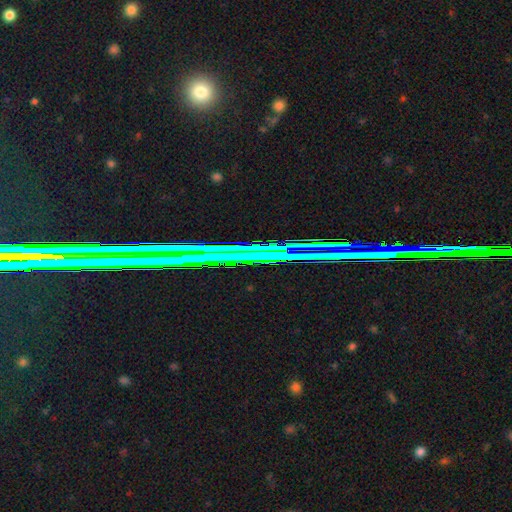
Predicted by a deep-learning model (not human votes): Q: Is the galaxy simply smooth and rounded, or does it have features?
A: star or artifact — 76%.